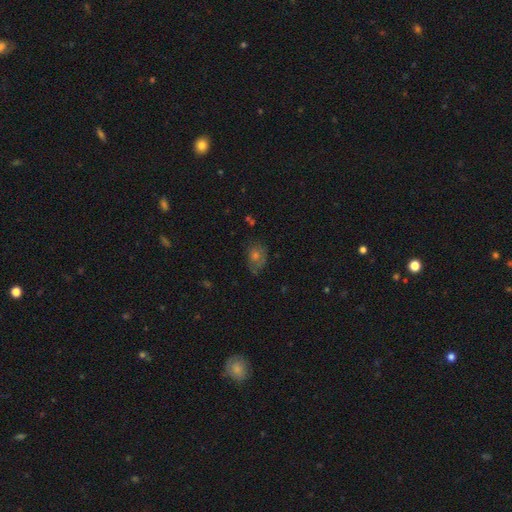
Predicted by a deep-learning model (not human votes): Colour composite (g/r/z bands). It shows a smooth galaxy with no disk features (51%) that is in between round and cigar-shaped (57%). Merging: none (65%).